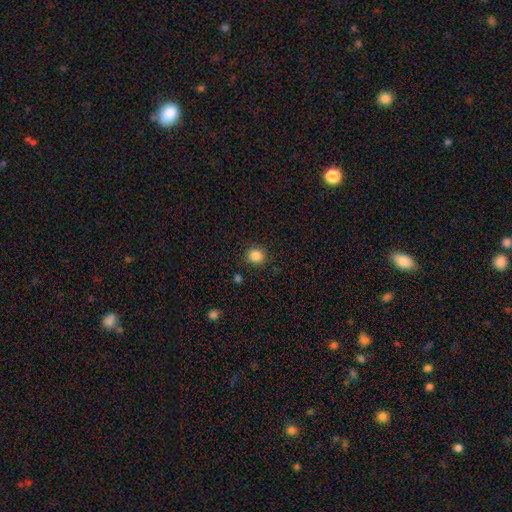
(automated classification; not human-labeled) The model was most divided on "how rounded": round: 87%, in between: 12%, cigar-shaped: 1%. More confident: merging — none (86%); smooth or featured — smooth (86%).